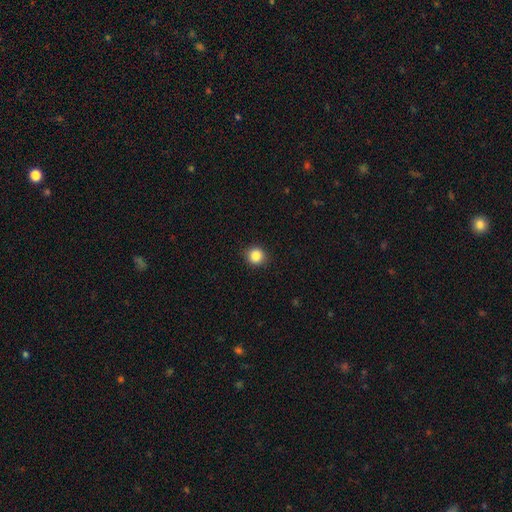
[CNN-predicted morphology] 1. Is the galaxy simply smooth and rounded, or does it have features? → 86% smooth, 10% star or artifact, 4% featured or disk.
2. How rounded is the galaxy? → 91% round, 8% in between, 1% cigar-shaped.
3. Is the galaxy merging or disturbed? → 91% none, 6% minor disturbance, 2% major disturbance, 1% merger.